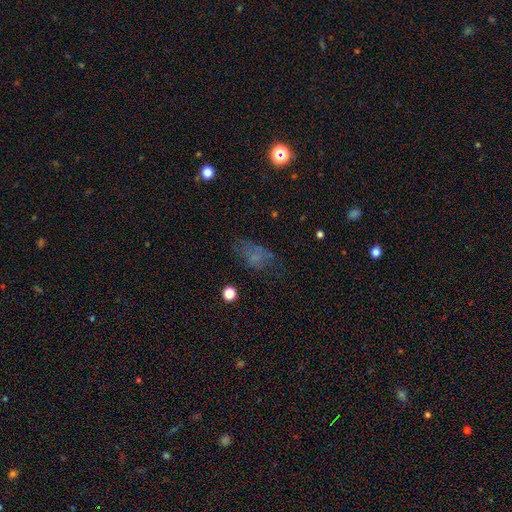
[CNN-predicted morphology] smooth-or-featured: smooth: 56% | featured or disk: 24% | star or artifact: 20%
  how-rounded: in between: 84% | round: 12% | cigar-shaped: 4%
  merging: none: 51% | minor disturbance: 24% | major disturbance: 22% | merger: 3%